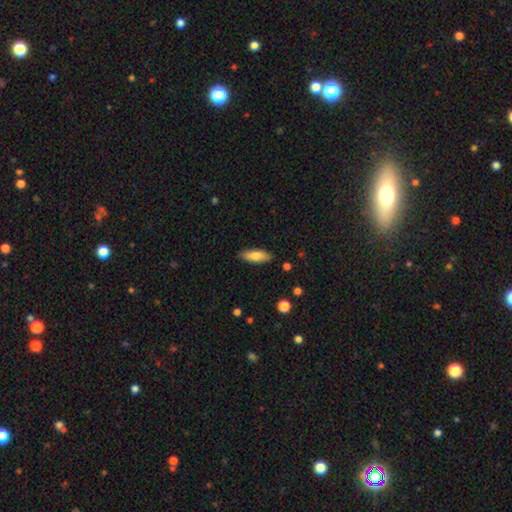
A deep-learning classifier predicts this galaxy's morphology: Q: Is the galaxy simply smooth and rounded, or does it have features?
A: smooth — 80%.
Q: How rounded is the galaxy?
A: in between — 68%.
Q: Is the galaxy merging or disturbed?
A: none — 87%.